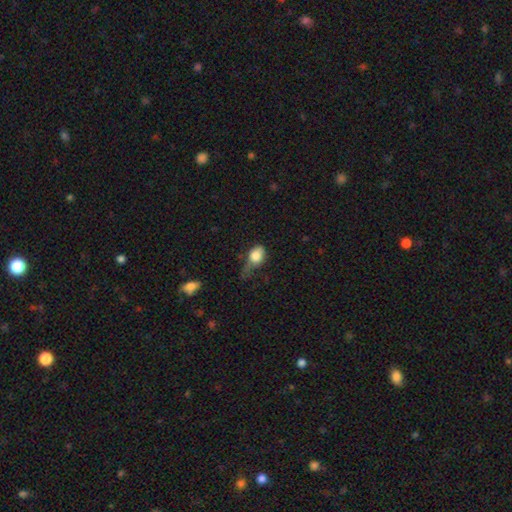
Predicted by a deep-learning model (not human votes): Smooth or featured? Predicted: smooth (p=0.79). How rounded? Predicted: in between (p=0.68). Merging? Predicted: major disturbance (p=0.38).